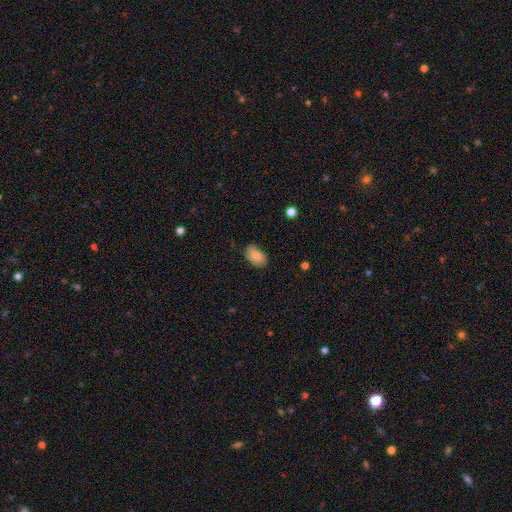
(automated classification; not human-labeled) Q: Smooth or featured?
A: smooth (85%); runner-up: featured or disk (8%)
Q: How rounded?
A: in between (90%); runner-up: round (8%)
Q: Merging?
A: none (70%); runner-up: minor disturbance (24%)